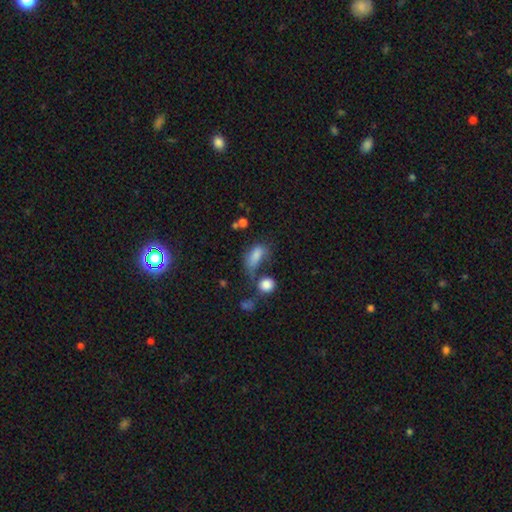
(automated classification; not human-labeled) The model was most divided on "merging": major disturbance: 28%, none: 26%, merger: 25%, minor disturbance: 21%. More confident: how rounded — in between (85%); smooth or featured — smooth (76%).